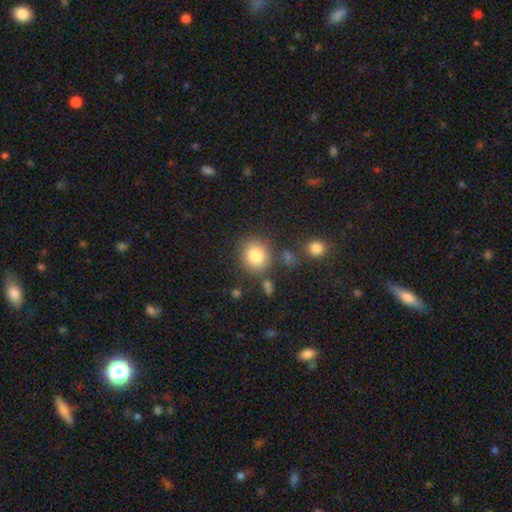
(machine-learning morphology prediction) A smooth galaxy with no disk features (83%) that is round (77%). Merging: none (77%).